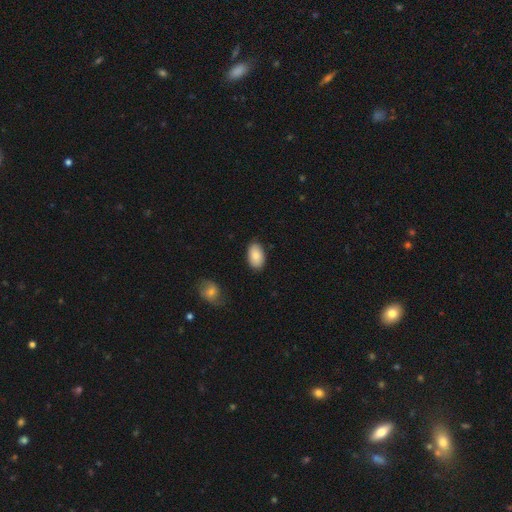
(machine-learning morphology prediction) smooth-or-featured: smooth: 85% | featured or disk: 9% | star or artifact: 7%
  how-rounded: in between: 93% | round: 6% | cigar-shaped: 1%
  merging: none: 85% | minor disturbance: 11% | major disturbance: 2% | merger: 2%